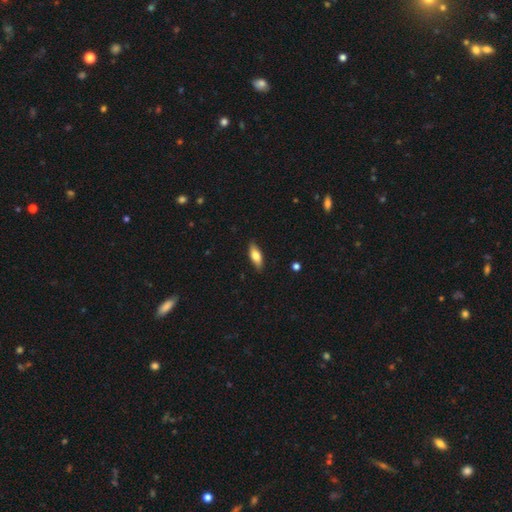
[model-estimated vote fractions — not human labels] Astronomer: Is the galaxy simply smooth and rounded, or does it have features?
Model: smooth — 75%.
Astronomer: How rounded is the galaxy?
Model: in between — 74%.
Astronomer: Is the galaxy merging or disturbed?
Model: none — 86%.